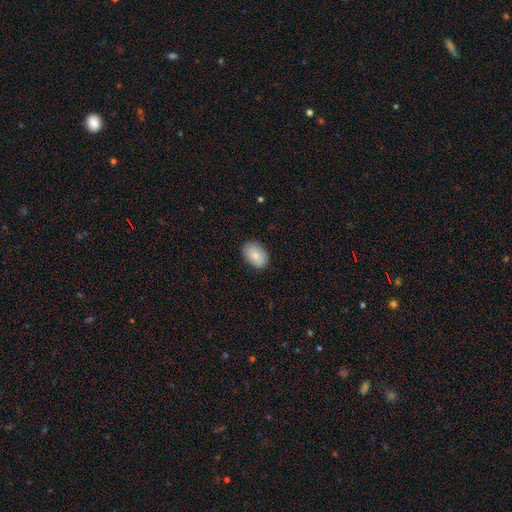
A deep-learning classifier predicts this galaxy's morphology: Q: Smooth or featured?
A: smooth (82%); runner-up: featured or disk (11%)
Q: How rounded?
A: in between (87%); runner-up: round (12%)
Q: Merging?
A: none (87%); runner-up: minor disturbance (10%)